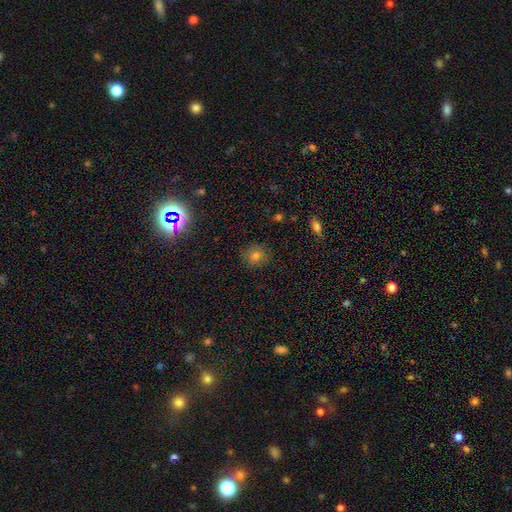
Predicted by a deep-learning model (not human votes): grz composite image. It shows a smooth galaxy with no disk features (72%) that is round (83%). Merging: none (87%).